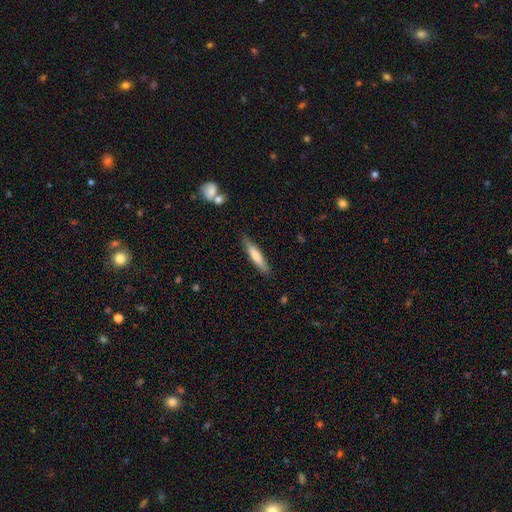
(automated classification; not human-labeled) Overall: smooth (71%). How rounded: cigar-shaped (86%). Merging: none (84%).